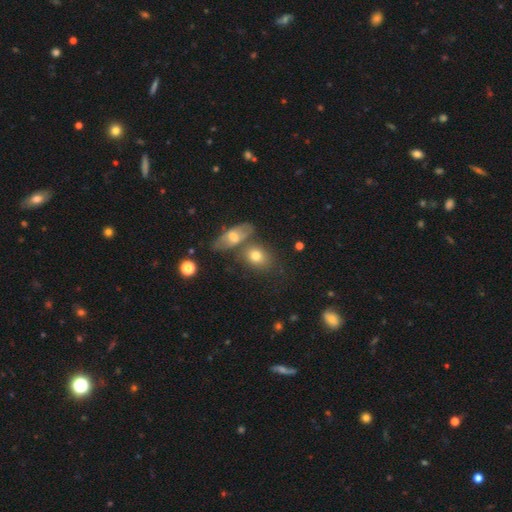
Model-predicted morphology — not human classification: type=smooth (70%); roundness=in between (60%); merging=none (55%).